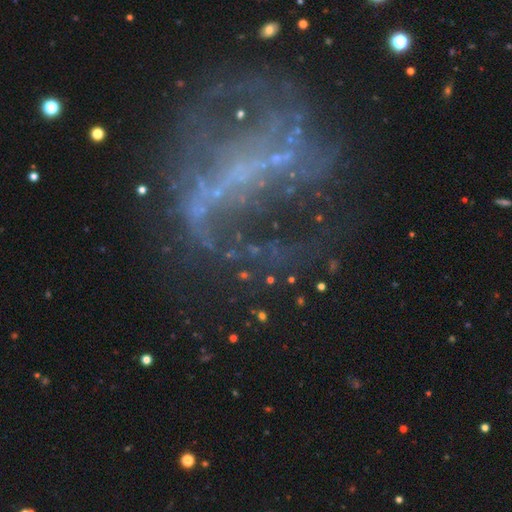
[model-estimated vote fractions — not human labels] A featured or disk galaxy (73%) with a strong bar (37%), spiral arms (57%) and no central bulge (71%).

Vote fractions:
- Smooth or featured? featured or disk: 73% / star or artifact: 17% / smooth: 10%
- Edge-on disk? no: 96% / yes: 4%
- Bar? strong: 37% / no: 32% / weak: 31%
- Spiral arms? yes: 57% / no: 43%
- Bulge size? none: 71% / small: 20% / moderate: 6% / large: 2% / dominant: 1%
- Merging? none: 49% / major disturbance: 32% / minor disturbance: 15% / merger: 5%